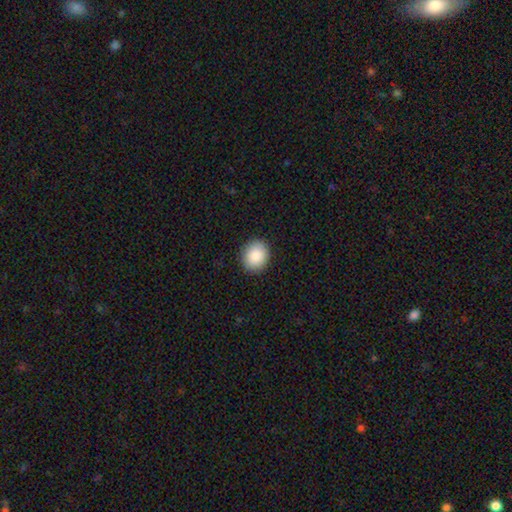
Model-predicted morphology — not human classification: The model was most divided on "how rounded": round: 65%, in between: 34%, cigar-shaped: 1%. More confident: merging — none (90%); smooth or featured — smooth (89%).